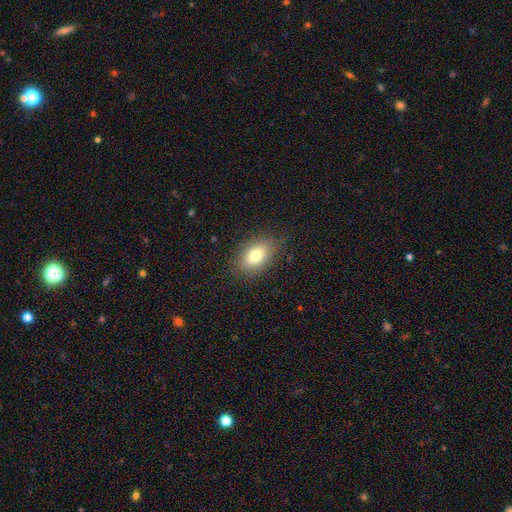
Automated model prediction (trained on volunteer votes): Morphology: type=smooth (77%); roundness=in between (84%); merging=none (82%).